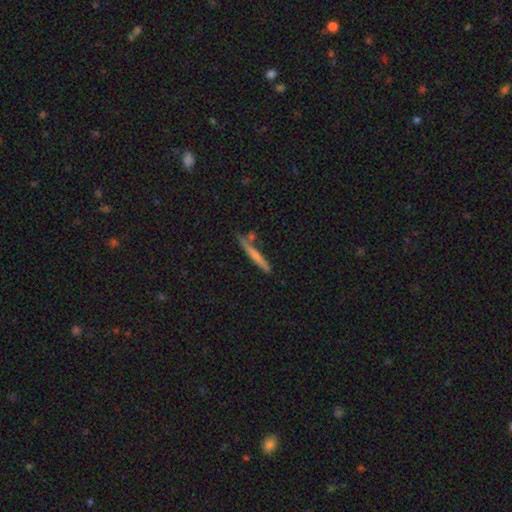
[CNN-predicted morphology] smooth_or_featured: smooth (p=0.53) [alt: featured or disk p=0.40]
how_rounded: cigar-shaped (p=0.95) [alt: in between p=0.03]
merging: none (p=0.76) [alt: minor disturbance p=0.13]